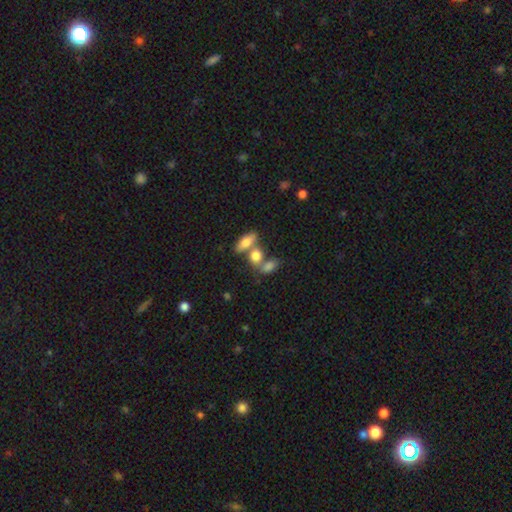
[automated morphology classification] A smooth galaxy with no disk features (74%) that is in between round and cigar-shaped (72%). Merging: merger (44%).